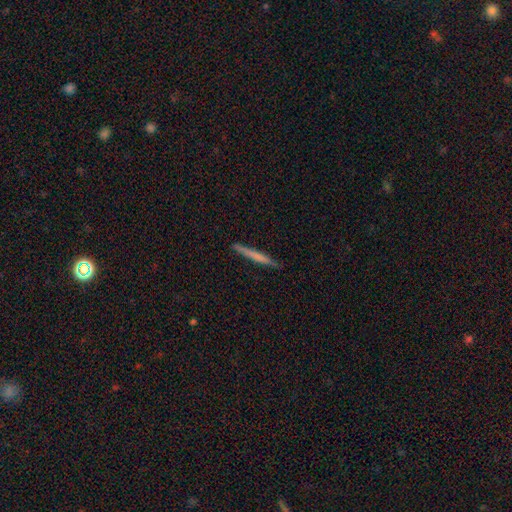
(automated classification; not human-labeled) Smooth or featured? smooth (59%)
How rounded? cigar-shaped (97%)
Merging? none (88%)